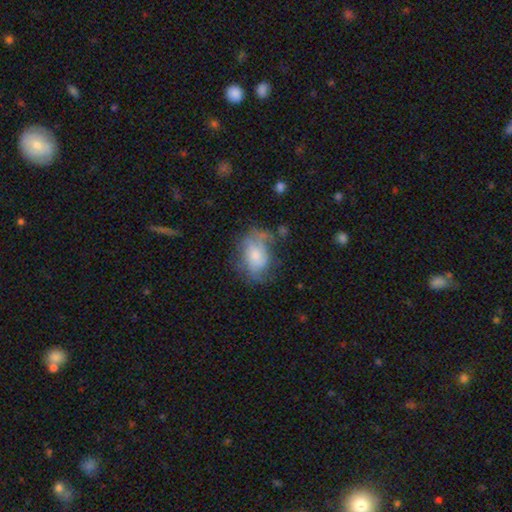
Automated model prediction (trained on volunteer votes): This is possibly a smooth galaxy (54%). How rounded: clearly in between (81%). Merging: marginally none (39%).